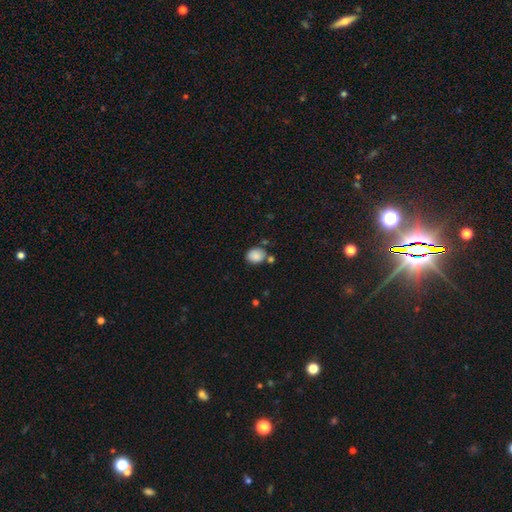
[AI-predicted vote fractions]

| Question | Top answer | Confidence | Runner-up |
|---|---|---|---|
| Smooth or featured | smooth | 87% | star or artifact (9%) |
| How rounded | round | 53% | in between (46%) |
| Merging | none | 67% | minor disturbance (16%) |